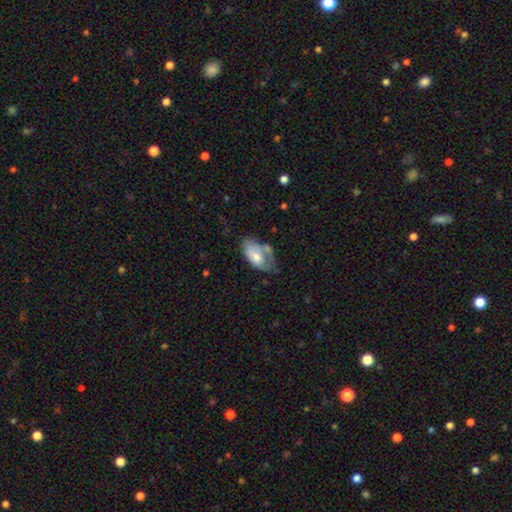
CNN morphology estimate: smooth-or-featured: smooth: 60% | featured or disk: 33% | star or artifact: 6%
  how-rounded: in between: 93% | round: 4% | cigar-shaped: 3%
  merging: none: 33% | minor disturbance: 31% | major disturbance: 23% | merger: 14%